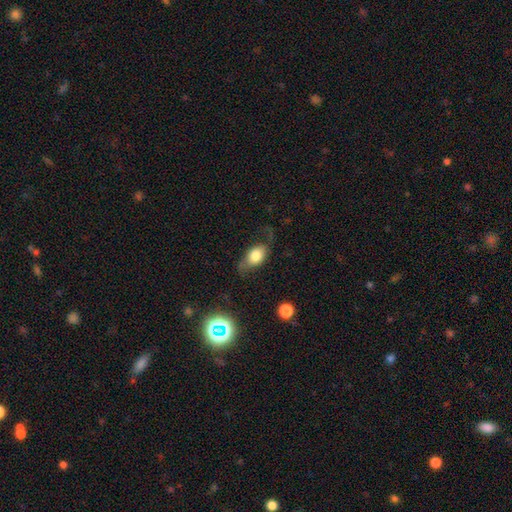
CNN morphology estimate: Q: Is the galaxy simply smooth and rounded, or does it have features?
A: smooth — 63%.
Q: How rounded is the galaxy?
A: in between — 82%.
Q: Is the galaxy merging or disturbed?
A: none — 53%.